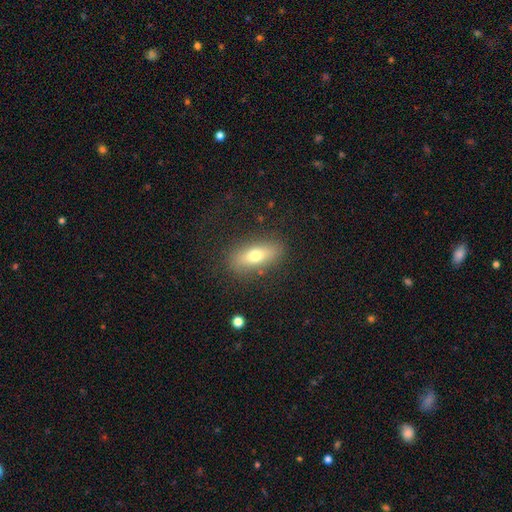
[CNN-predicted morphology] This appears to be a smooth galaxy with no disk features (63%) that is in between round and cigar-shaped (68%). Merging: none (82%).